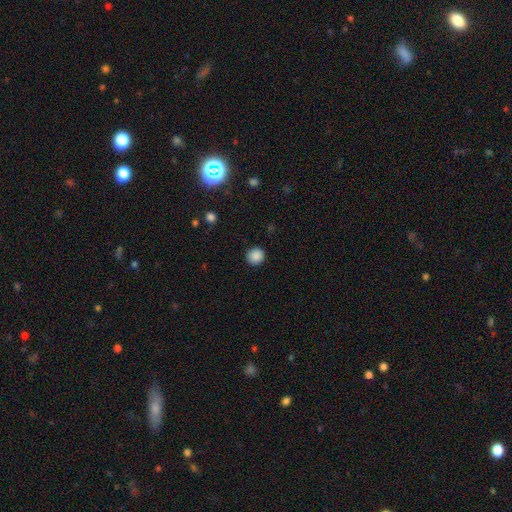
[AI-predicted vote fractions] A smooth galaxy with no disk features (88%) that is round (92%). Merging: none (91%).